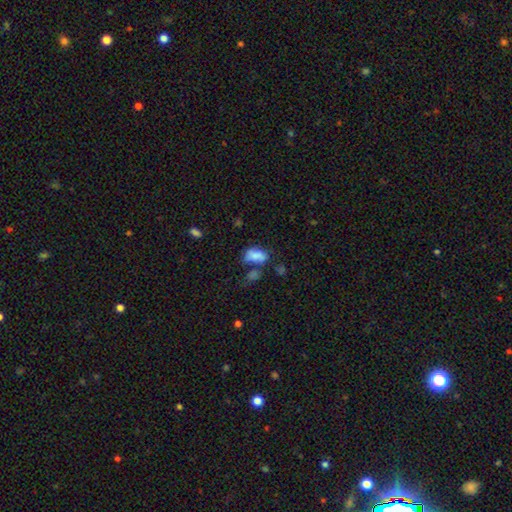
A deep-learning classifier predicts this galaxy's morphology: Smooth or featured: smooth — 74% (featured or disk — 16%)
How rounded: in between — 89% (round — 8%)
Merging: none — 34% (merger — 26%)